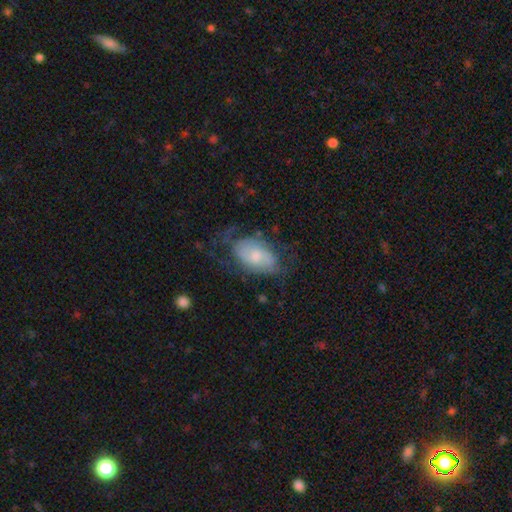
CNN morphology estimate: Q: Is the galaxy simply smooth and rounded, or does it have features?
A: featured or disk — 50%.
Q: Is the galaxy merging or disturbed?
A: none — 50%.